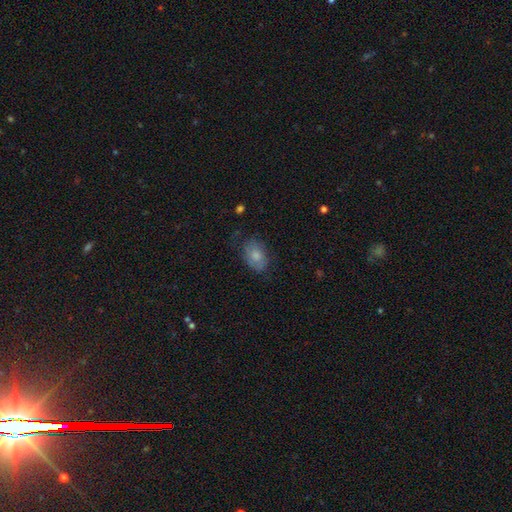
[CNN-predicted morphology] Smooth or featured? smooth (73%)
How rounded? in between (82%)
Merging? none (64%)